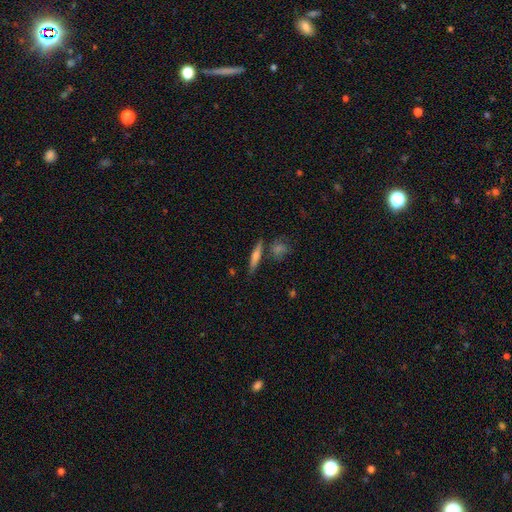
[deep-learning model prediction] This appears to be a smooth galaxy with no disk features (51%) that is cigar-shaped (84%). Merging: none (76%).